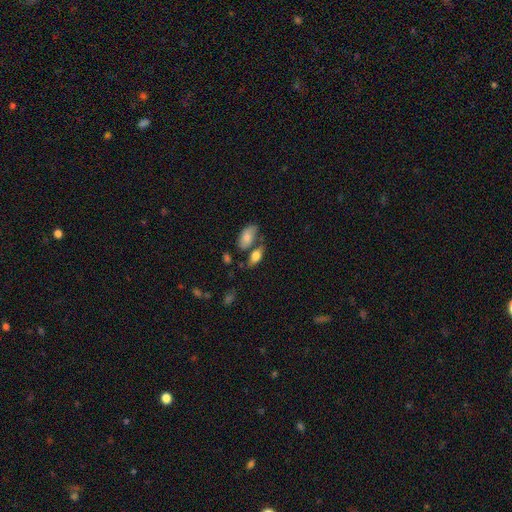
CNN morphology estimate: This is likely a smooth galaxy (75%). How rounded: clearly in between (83%). Merging: possibly none (54%).